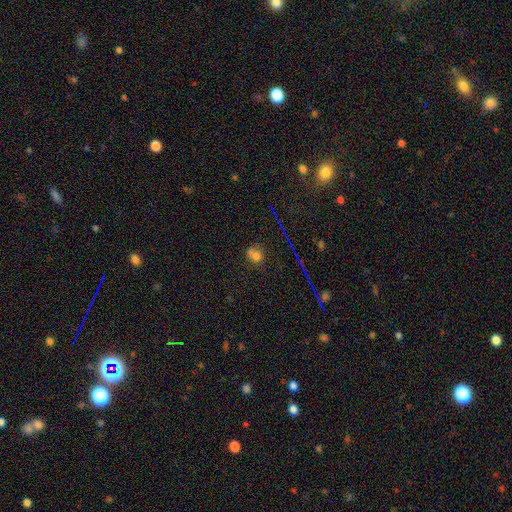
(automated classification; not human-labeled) Morphology: type=smooth (62%); roundness=round (71%); merging=none (49%).